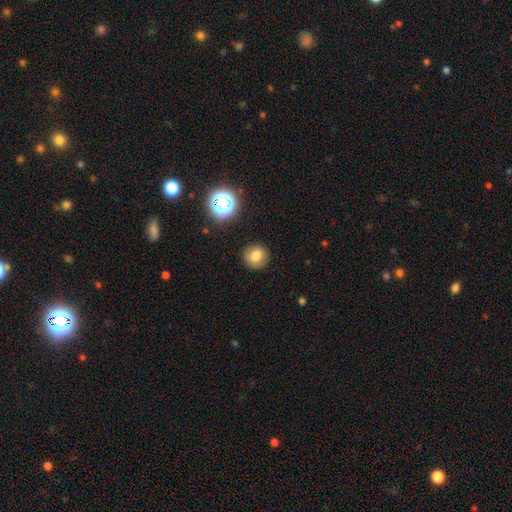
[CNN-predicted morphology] A smooth galaxy with no disk features (78%) that is round (91%).

Vote fractions:
- Smooth or featured? smooth: 78% / star or artifact: 13% / featured or disk: 9%
- How rounded? round: 91% / in between: 8% / cigar-shaped: 1%
- Merging? none: 88% / minor disturbance: 8% / major disturbance: 2% / merger: 1%